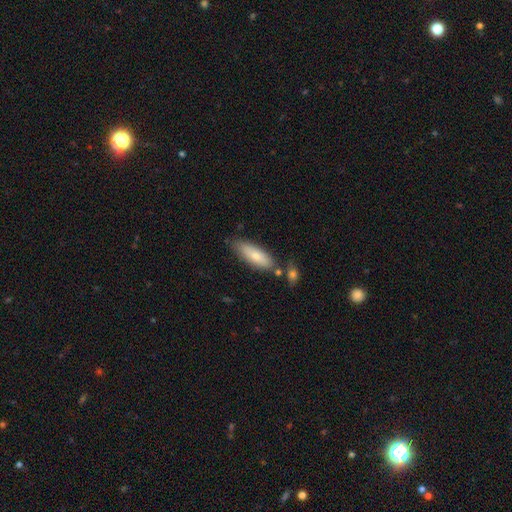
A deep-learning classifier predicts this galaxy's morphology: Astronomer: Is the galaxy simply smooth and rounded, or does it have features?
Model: smooth — 78%.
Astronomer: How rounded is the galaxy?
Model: in between — 57% (runner-up: cigar-shaped, 41%).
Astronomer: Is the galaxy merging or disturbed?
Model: none — 72%.